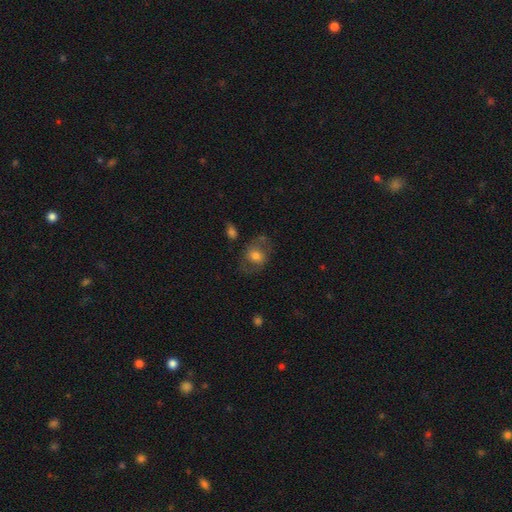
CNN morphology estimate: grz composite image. It shows a smooth galaxy with no disk features (47%). Merging: none (66%).